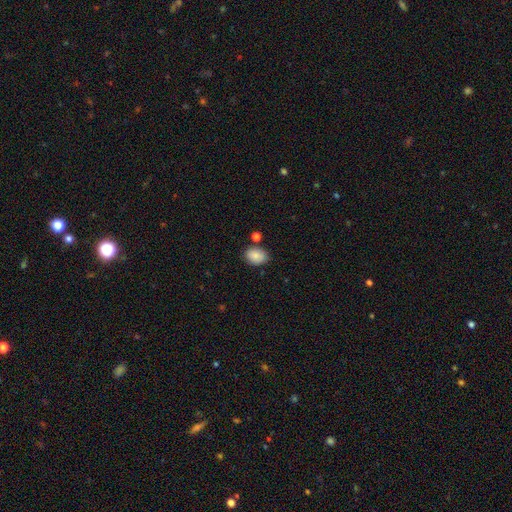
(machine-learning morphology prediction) Overall: smooth (86%). How rounded: in between (77%). Merging: none (77%).